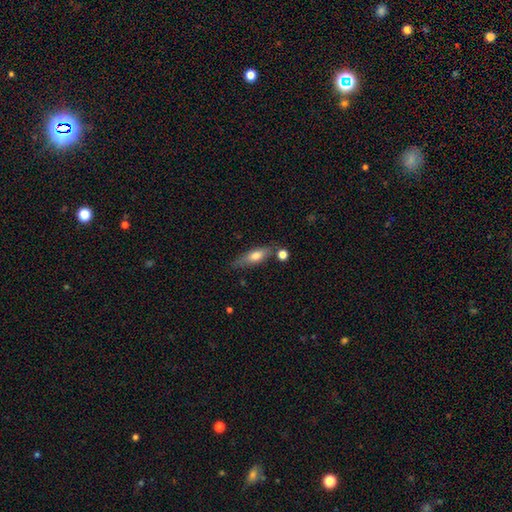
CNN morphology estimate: A smooth galaxy with no disk features (61%) that is cigar-shaped (48%, tied with in between).

Vote fractions:
- Smooth or featured? smooth: 61% / featured or disk: 32% / star or artifact: 7%
- How rounded? cigar-shaped: 48% (tied) / in between: 48% (tied) / round: 4%
- Merging? none: 66% / minor disturbance: 19% / merger: 10% / major disturbance: 5%